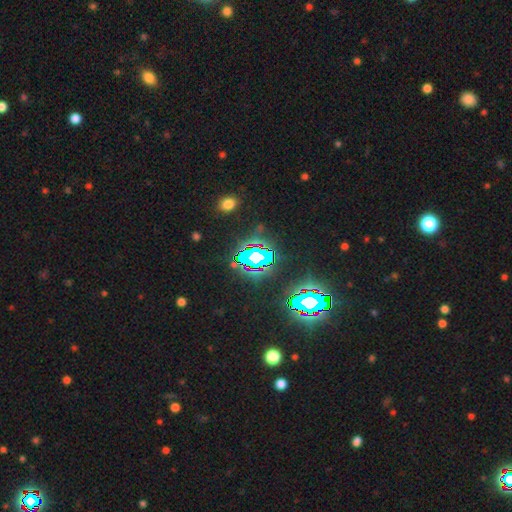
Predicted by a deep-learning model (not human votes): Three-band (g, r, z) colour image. It shows a star or artifact, not a galaxy (77%).